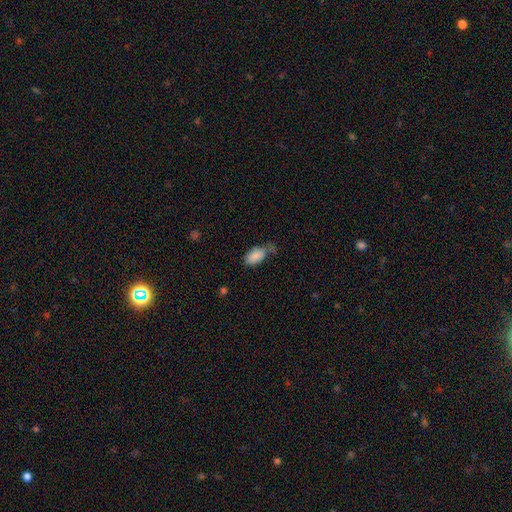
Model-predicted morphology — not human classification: A smooth galaxy with no disk features (86%) that is in between round and cigar-shaped (94%). Merging: none (45%).